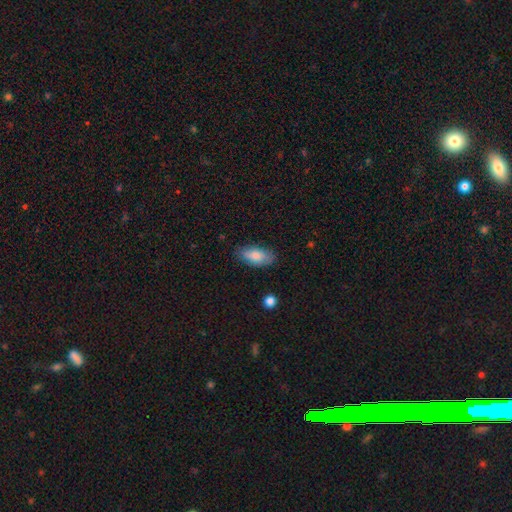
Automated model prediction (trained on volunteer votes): smooth 81%, featured or disk 12%, star or artifact 6%. Down the decision tree: how rounded — in between (90%); merging — none (79%).